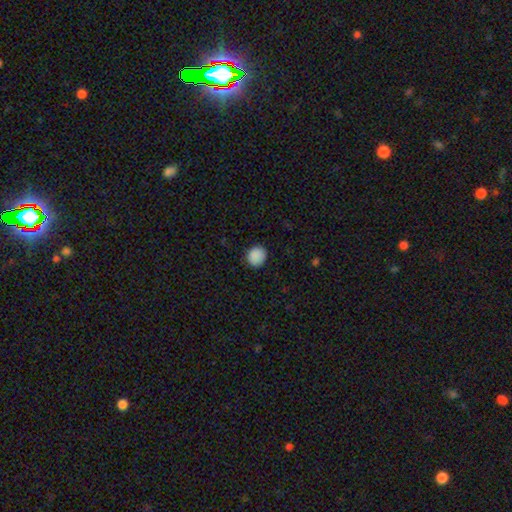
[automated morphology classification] Overall: smooth (89%). How rounded: round (82%). Merging: none (89%).